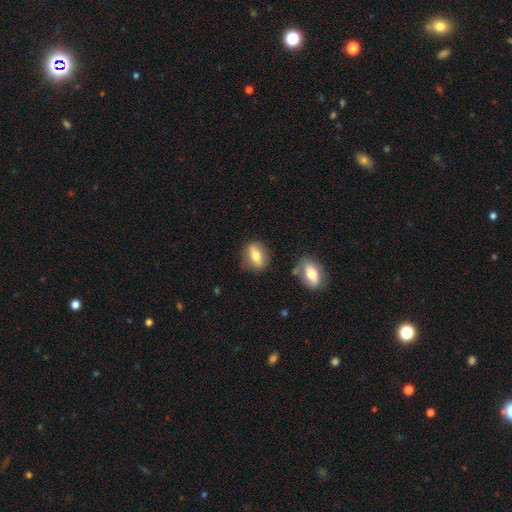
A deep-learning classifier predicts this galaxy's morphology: The model was most divided on "smooth or featured": smooth: 66%, featured or disk: 27%, star or artifact: 7%. More confident: merging — none (80%); how rounded — in between (69%).